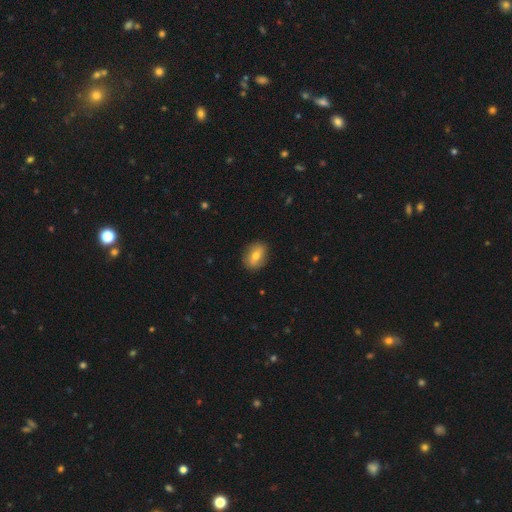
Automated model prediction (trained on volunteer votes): Smooth or featured? Predicted: smooth (p=0.67). How rounded? Predicted: in between (p=0.61). Merging? Predicted: none (p=0.87).